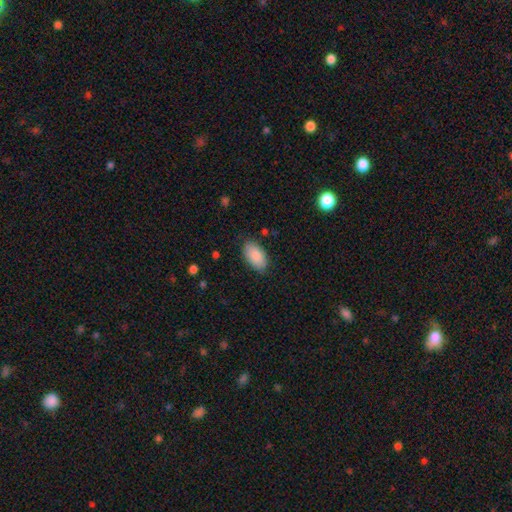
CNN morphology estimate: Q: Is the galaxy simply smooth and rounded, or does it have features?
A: smooth — 89%.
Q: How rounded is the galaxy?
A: in between — 95%.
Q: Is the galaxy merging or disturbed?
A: none — 84%.